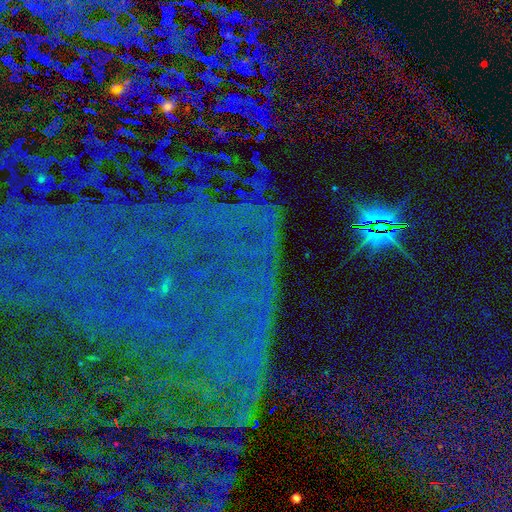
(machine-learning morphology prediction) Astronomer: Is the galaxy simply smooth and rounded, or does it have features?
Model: star or artifact — 83%.